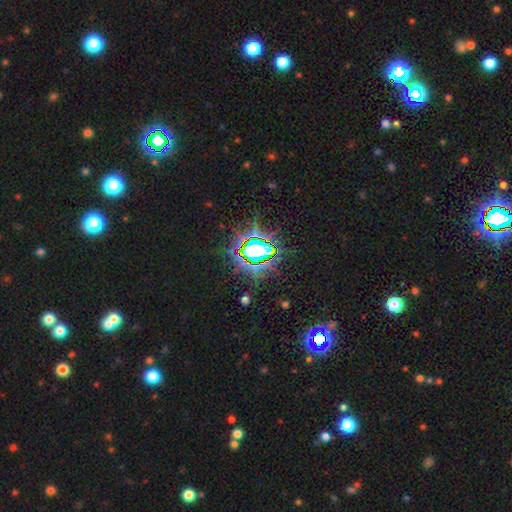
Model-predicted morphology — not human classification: This is clearly a star or artifact rather than a galaxy (81%).